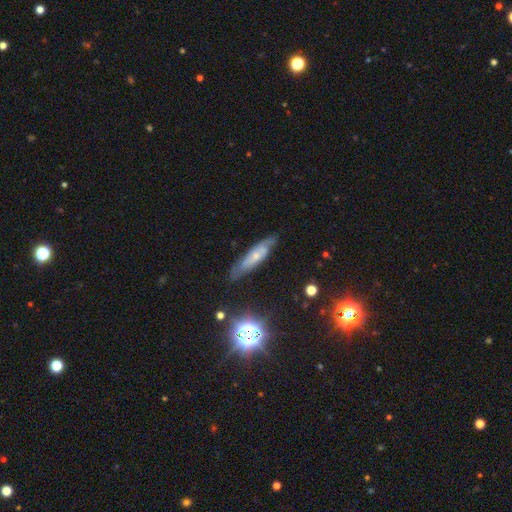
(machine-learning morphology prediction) A featured or disk galaxy (55%). Merging: none (69%).